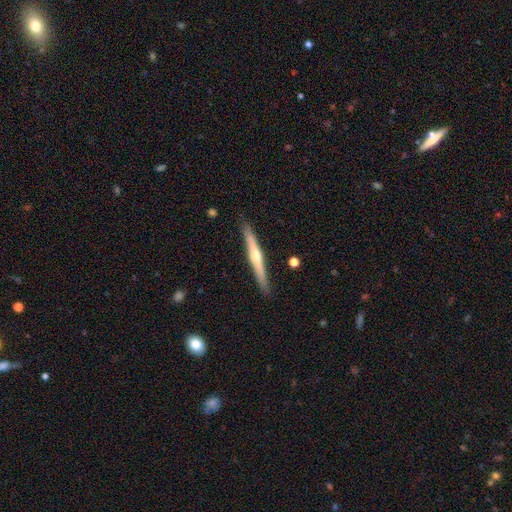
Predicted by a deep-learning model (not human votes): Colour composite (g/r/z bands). It shows a featured or disk galaxy (67%) viewed edge-on (98%) with a rounded central bulge (80%). Merging: none (90%).